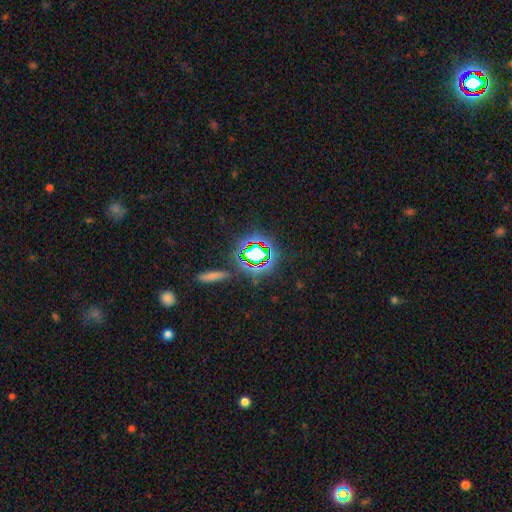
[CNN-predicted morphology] Q: Smooth or featured?
A: star or artifact (66%); runner-up: smooth (23%)